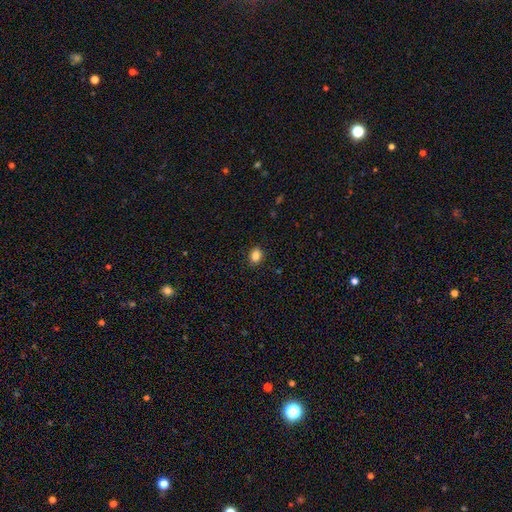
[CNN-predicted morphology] The model was most divided on "how rounded": in between: 61%, round: 37%, cigar-shaped: 1%. More confident: merging — none (89%); smooth or featured — smooth (86%).